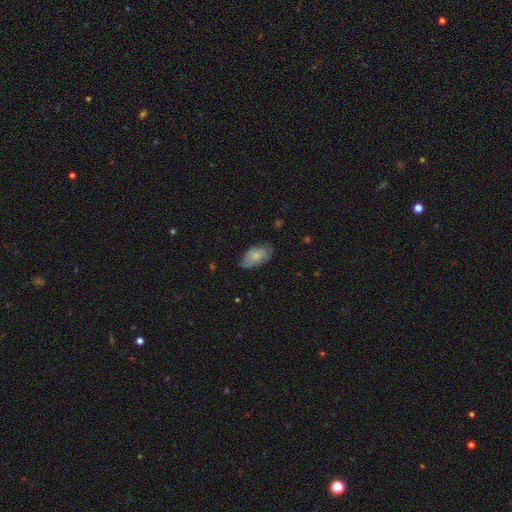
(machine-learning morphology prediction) Q: Smooth or featured?
A: smooth (73%); runner-up: featured or disk (21%)
Q: How rounded?
A: in between (93%); runner-up: round (4%)
Q: Merging?
A: none (71%); runner-up: minor disturbance (24%)